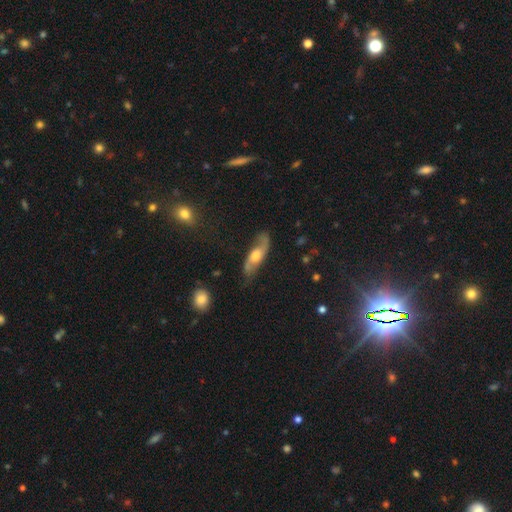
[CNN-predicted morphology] smooth_or_featured: featured or disk (p=0.69) [alt: smooth p=0.24]
disk_edge_on: no (p=0.77) [alt: yes p=0.23]
bar: no (p=0.60) [alt: weak p=0.32]
has_spiral_arms: yes (p=0.90) [alt: no p=0.10]
bulge_size: moderate (p=0.55) [alt: large p=0.24]
merging: none (p=0.67) [alt: minor disturbance p=0.21]